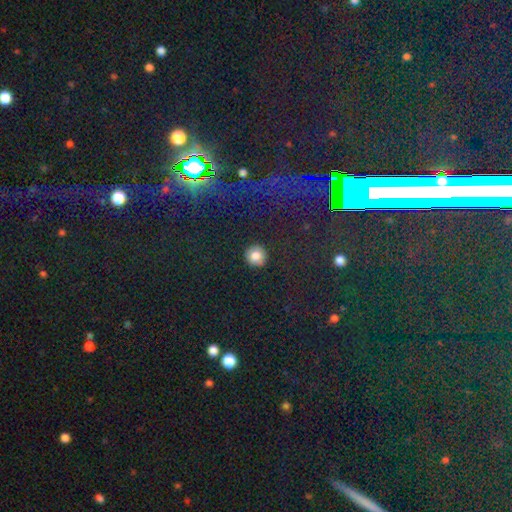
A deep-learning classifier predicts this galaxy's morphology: smooth_or_featured: smooth (p=0.80) [alt: star or artifact p=0.12]
how_rounded: round (p=0.94) [alt: in between p=0.05]
merging: none (p=0.90) [alt: minor disturbance p=0.06]